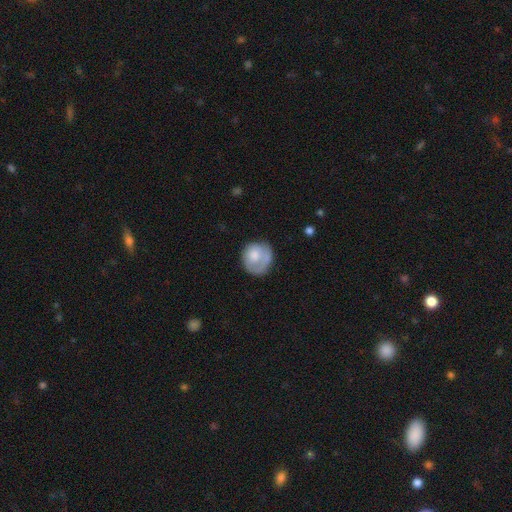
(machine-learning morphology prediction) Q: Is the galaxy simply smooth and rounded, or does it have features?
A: smooth — 64%.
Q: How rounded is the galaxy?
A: round — 78%.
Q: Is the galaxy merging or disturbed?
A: none — 55%.